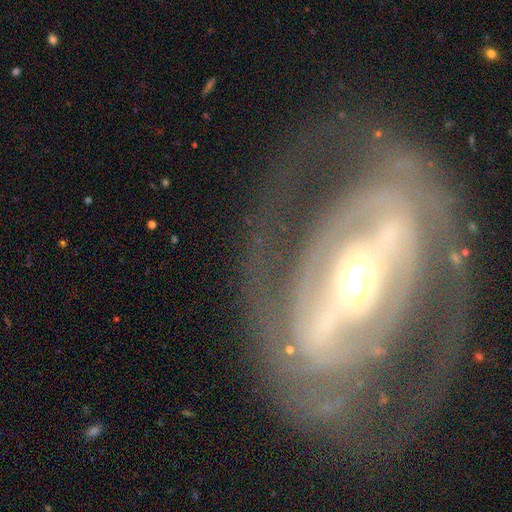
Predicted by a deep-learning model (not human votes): This is clearly a featured or disk galaxy (85%). It is clearly not viewed edge-on (93%). Bar: possibly strong (57%). Spiral arm pattern: likely yes (76%). Spiral arm count: likely 2 (62%). Spiral winding: possibly tight (51%). Central bulge: likely moderate (62%). Merging: likely none (70%).